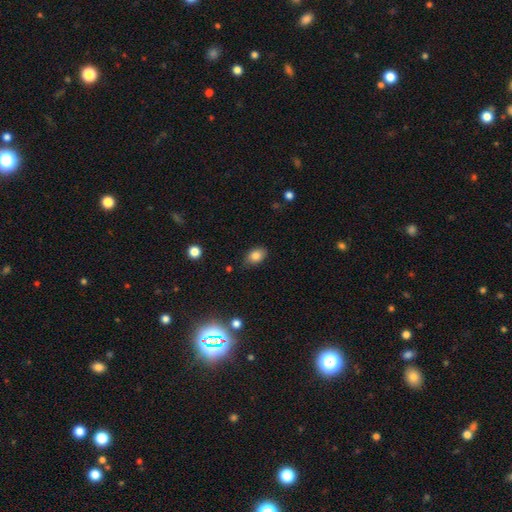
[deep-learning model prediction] smooth-or-featured: smooth: 82% | star or artifact: 10% | featured or disk: 8%
  how-rounded: in between: 83% | round: 16% | cigar-shaped: 1%
  merging: none: 77% | minor disturbance: 18% | major disturbance: 3% | merger: 2%